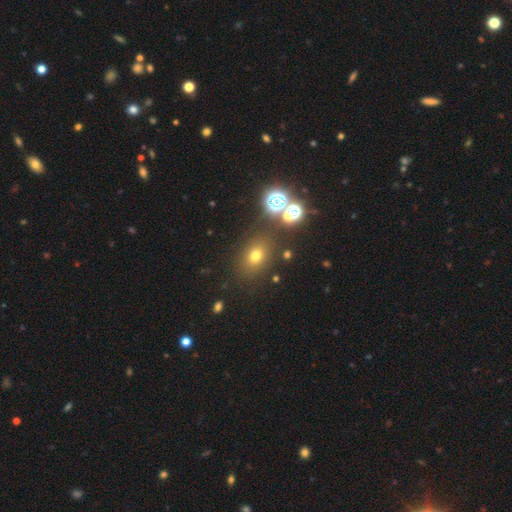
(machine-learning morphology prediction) Smooth or featured: smooth — 66% (star or artifact — 24%)
How rounded: in between — 51% (round — 47%)
Merging: none — 80% (minor disturbance — 10%)